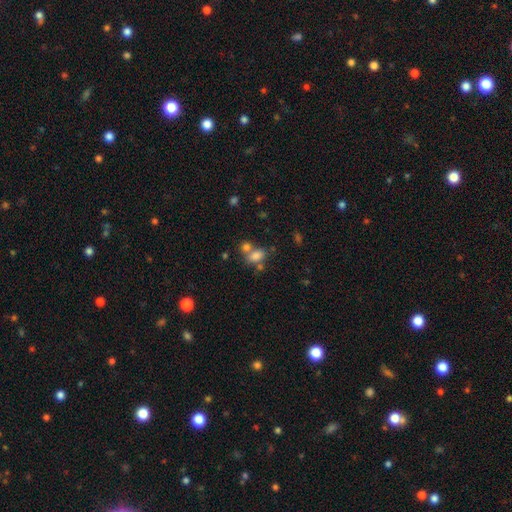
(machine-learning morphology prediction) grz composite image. It shows a smooth galaxy with no disk features (77%) that is in between round and cigar-shaped (78%). Merging: merger (42%).